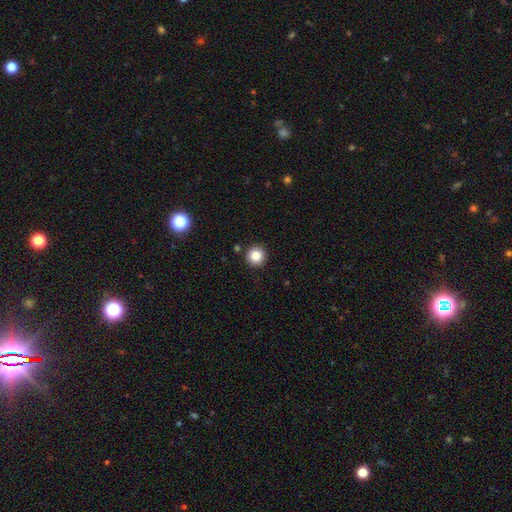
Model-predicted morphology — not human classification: smooth-or-featured: smooth: 84% | star or artifact: 11% | featured or disk: 6%
  how-rounded: round: 95% | in between: 4% | cigar-shaped: 1%
  merging: none: 91% | minor disturbance: 5% | merger: 2% | major disturbance: 2%